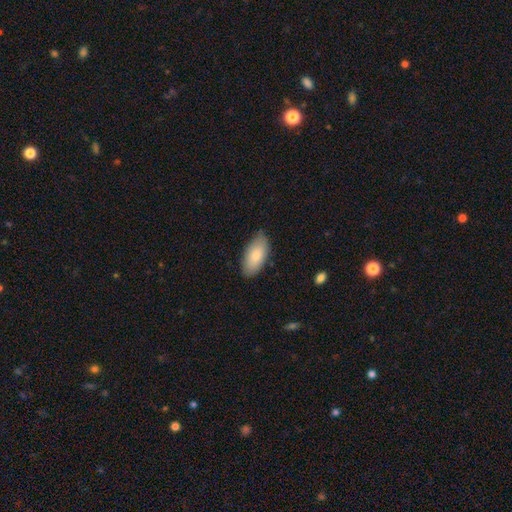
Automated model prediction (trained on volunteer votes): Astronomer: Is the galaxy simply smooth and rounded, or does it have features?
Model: smooth — 83%.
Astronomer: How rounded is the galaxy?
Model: in between — 93%.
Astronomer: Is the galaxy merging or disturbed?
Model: none — 80%.